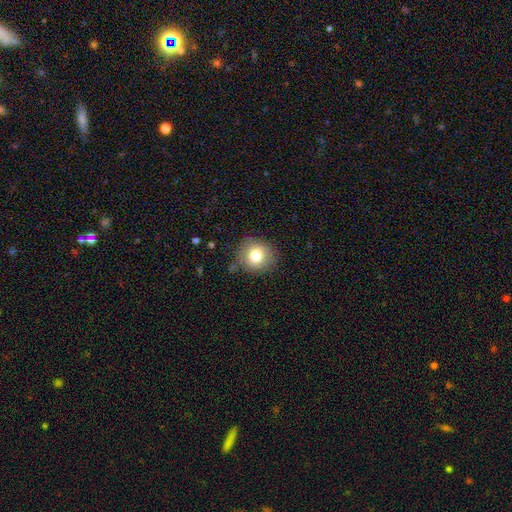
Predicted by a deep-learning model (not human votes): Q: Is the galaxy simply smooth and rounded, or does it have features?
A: smooth — 78%.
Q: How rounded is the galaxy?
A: round — 89%.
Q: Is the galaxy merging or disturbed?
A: none — 82%.